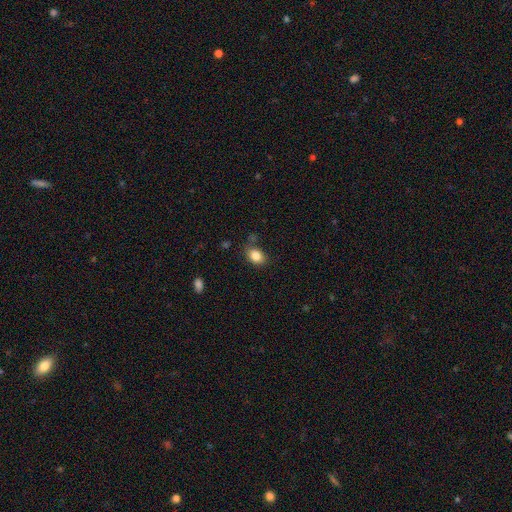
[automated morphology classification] smooth 84%, star or artifact 9%, featured or disk 6%. Down the decision tree: how rounded — in between (72%); merging — none (73%).